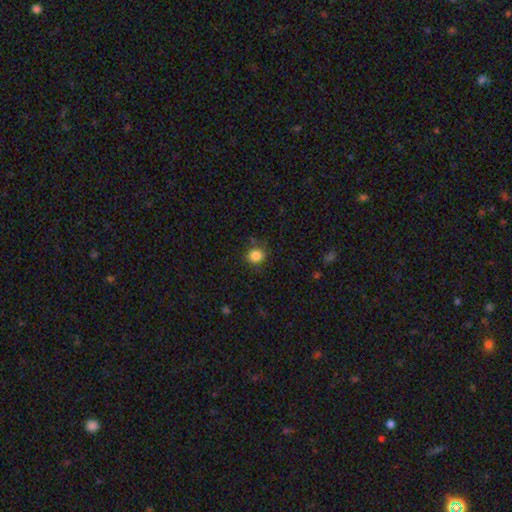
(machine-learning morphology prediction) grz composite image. It shows a smooth galaxy with no disk features (85%) that is round (78%). Merging: none (82%).